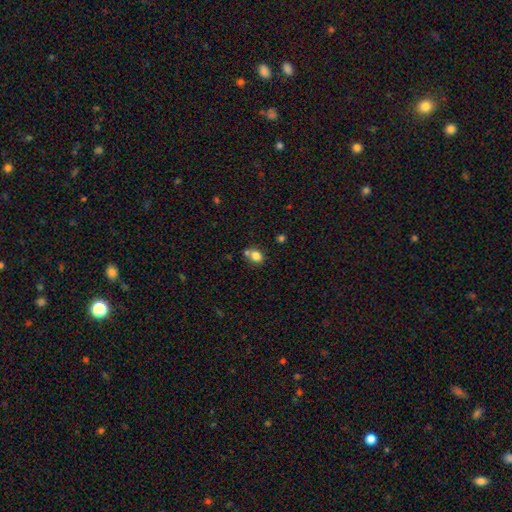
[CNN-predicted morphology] This is likely a smooth galaxy (80%). How rounded: possibly round (51%). Merging: possibly none (56%).